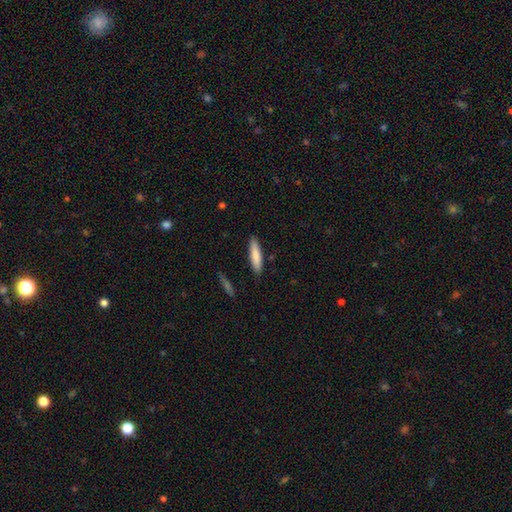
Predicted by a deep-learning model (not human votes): Q: Smooth or featured?
A: smooth (81%); runner-up: featured or disk (13%)
Q: How rounded?
A: cigar-shaped (77%); runner-up: in between (21%)
Q: Merging?
A: none (87%); runner-up: minor disturbance (9%)